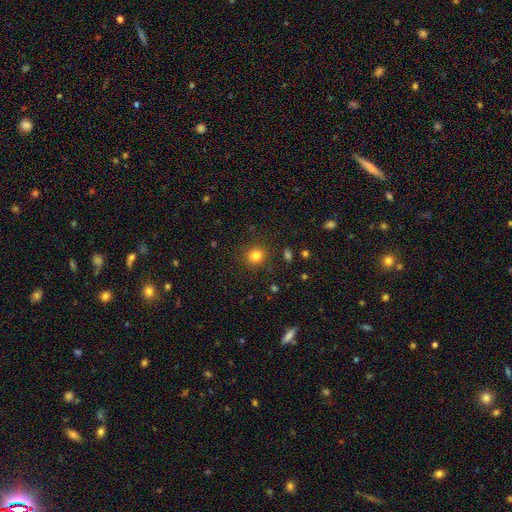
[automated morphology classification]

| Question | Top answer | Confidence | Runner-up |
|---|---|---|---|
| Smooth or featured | smooth | 82% | star or artifact (12%) |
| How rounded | round | 80% | in between (19%) |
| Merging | none | 88% | minor disturbance (8%) |